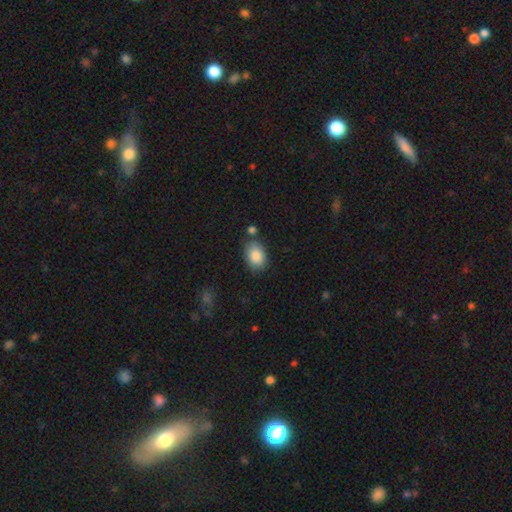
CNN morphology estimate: Q: Smooth or featured?
A: smooth (87%); runner-up: star or artifact (7%)
Q: How rounded?
A: in between (82%); runner-up: round (16%)
Q: Merging?
A: none (73%); runner-up: minor disturbance (16%)